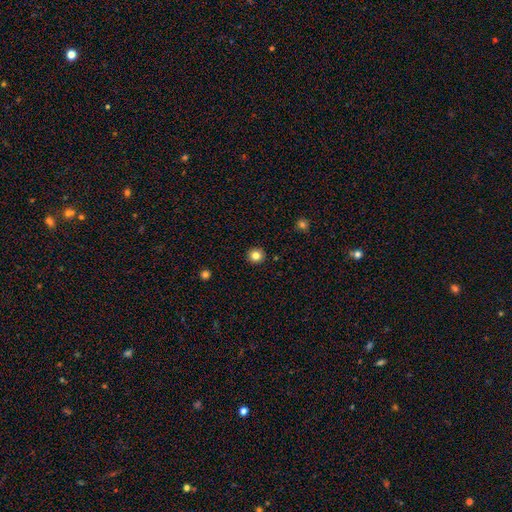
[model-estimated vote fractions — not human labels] A smooth galaxy with no disk features (82%) that is round (93%). Merging: none (93%).